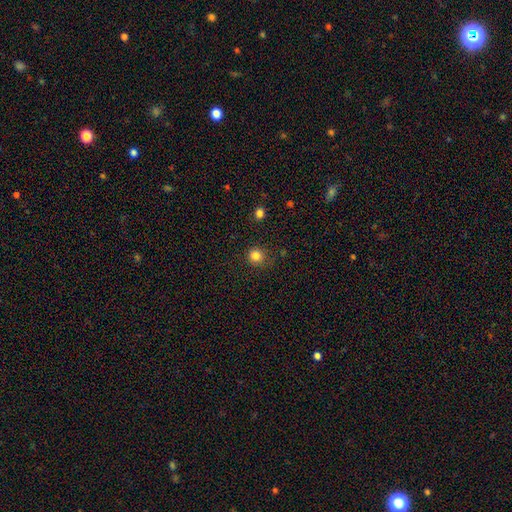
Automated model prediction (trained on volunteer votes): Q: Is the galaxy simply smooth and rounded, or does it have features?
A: smooth — 83%.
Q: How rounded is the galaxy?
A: round — 92%.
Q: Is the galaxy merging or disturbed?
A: none — 84%.